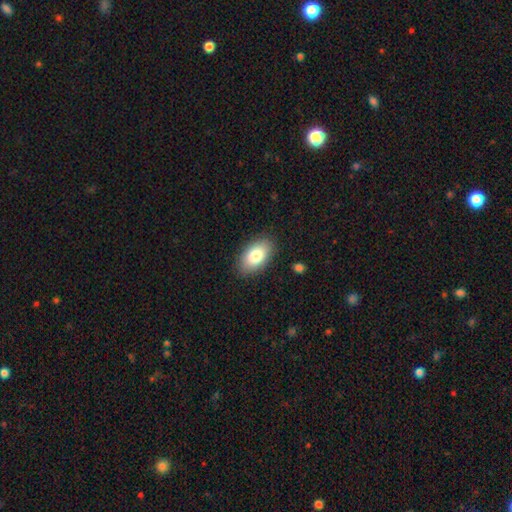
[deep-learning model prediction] Smooth or featured?
  - smooth: 82% *
  - featured or disk: 12%
  - star or artifact: 7%
How rounded?
  - in between: 93% *
  - round: 5%
  - cigar-shaped: 2%
Merging?
  - none: 86% *
  - minor disturbance: 10%
  - major disturbance: 3%
  - merger: 1%